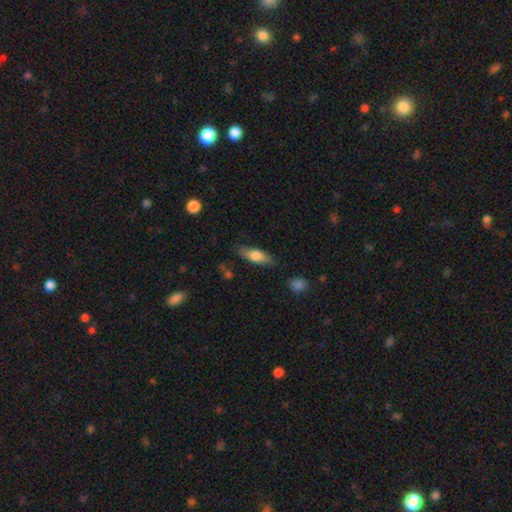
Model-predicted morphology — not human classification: Overall: smooth (70%). How rounded: in between (62%; cigar-shaped 35%). Merging: none (79%).